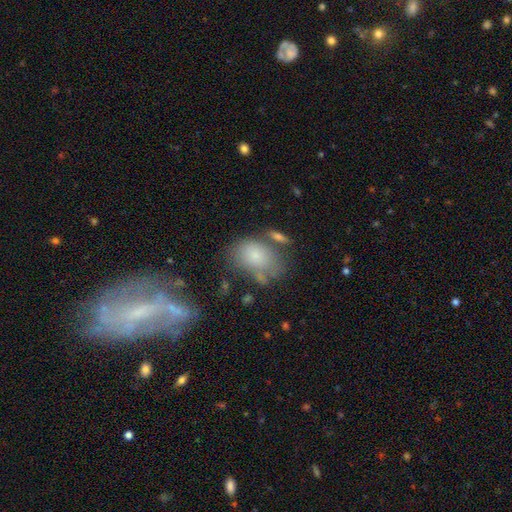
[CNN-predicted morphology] This appears to be a smooth galaxy with no disk features (76%) that is in between round and cigar-shaped (80%). Merging: none (49%).